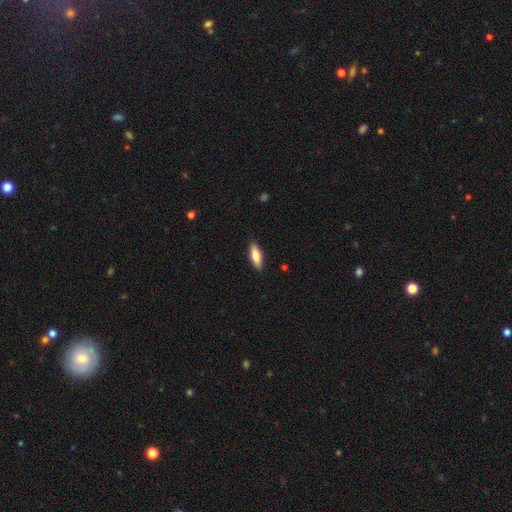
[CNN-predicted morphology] Smooth or featured: smooth — 79% (featured or disk — 16%)
How rounded: in between — 54% (cigar-shaped — 44%)
Merging: none — 88% (minor disturbance — 9%)